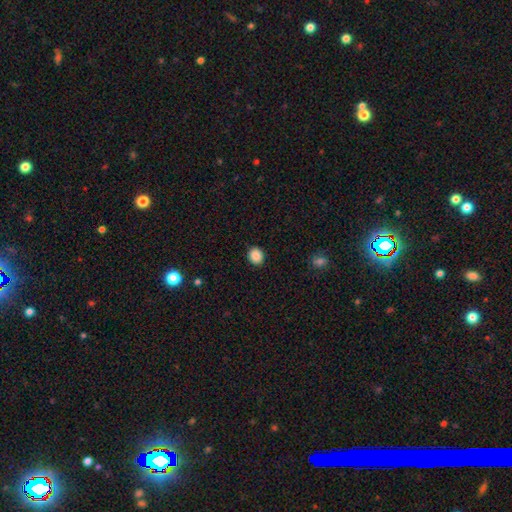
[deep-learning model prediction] Morphology: type=smooth (88%); roundness=round (76%); merging=none (91%).